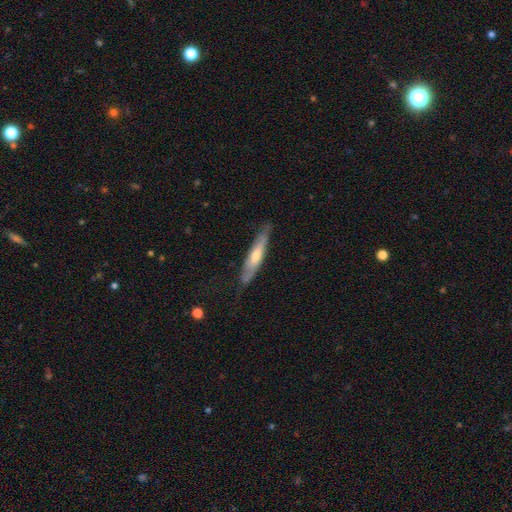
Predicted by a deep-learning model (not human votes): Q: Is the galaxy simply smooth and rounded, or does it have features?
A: featured or disk — 57%.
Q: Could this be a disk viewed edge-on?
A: yes — 76%.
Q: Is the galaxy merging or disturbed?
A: none — 76%.